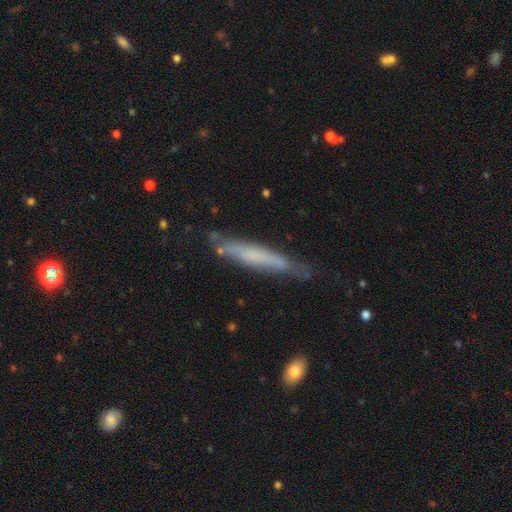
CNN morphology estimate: Smooth or featured? Predicted: smooth (p=0.47). Merging? Predicted: none (p=0.64).